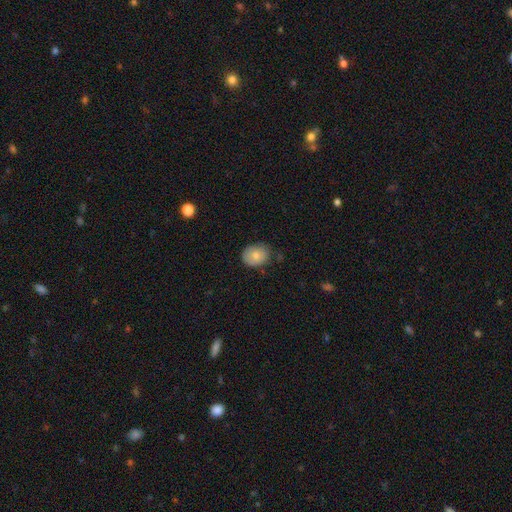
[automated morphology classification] smooth-or-featured: smooth: 77% | featured or disk: 15% | star or artifact: 8%
  how-rounded: round: 51% | in between: 48% | cigar-shaped: 1%
  merging: none: 73% | minor disturbance: 21% | major disturbance: 4% | merger: 2%